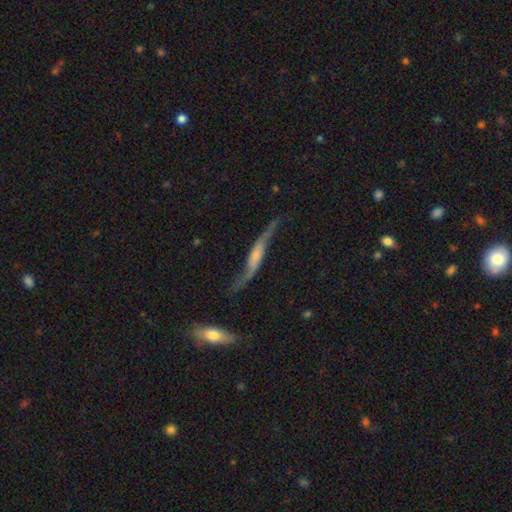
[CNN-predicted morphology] A featured or disk galaxy (79%). Merging: none (57%).